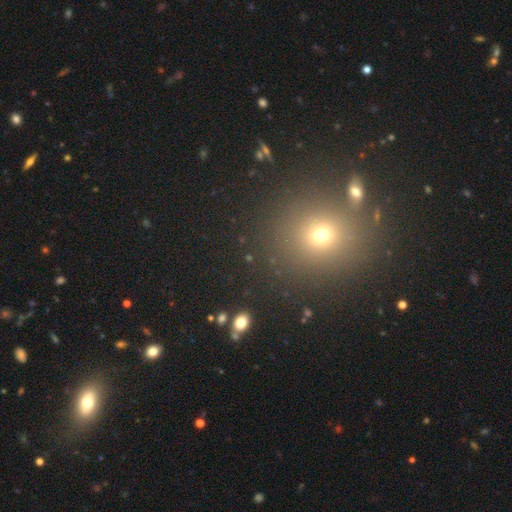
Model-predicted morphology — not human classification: This is possibly a smooth galaxy (52%). How rounded: clearly round (86%). Merging: clearly none (87%).